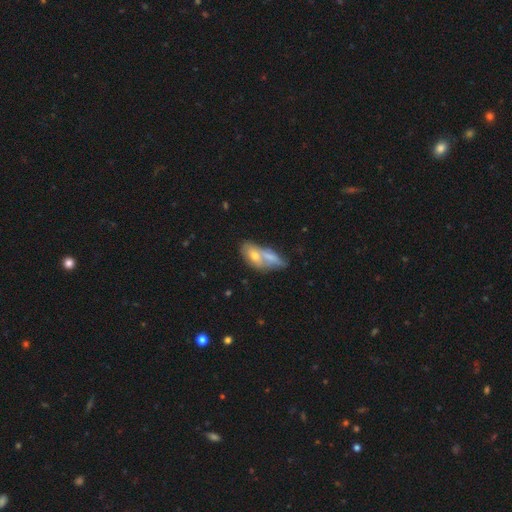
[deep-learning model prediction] A smooth galaxy with no disk features (57%) that is in between round and cigar-shaped (78%).

Vote fractions:
- Smooth or featured? smooth: 57% / featured or disk: 35% / star or artifact: 8%
- How rounded? in between: 78% / cigar-shaped: 16% / round: 6%
- Merging? merger: 58% / none: 27% / minor disturbance: 10% / major disturbance: 5%